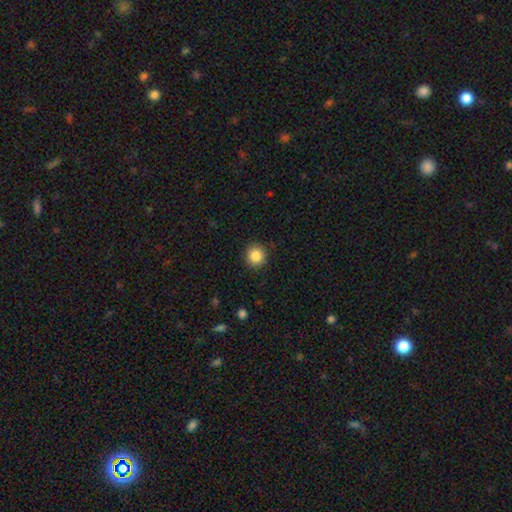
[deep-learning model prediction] Smooth or featured?
  - smooth: 85% *
  - star or artifact: 10%
  - featured or disk: 5%
How rounded?
  - round: 93% *
  - in between: 6%
  - cigar-shaped: 1%
Merging?
  - none: 91% *
  - minor disturbance: 6%
  - major disturbance: 2%
  - merger: 1%